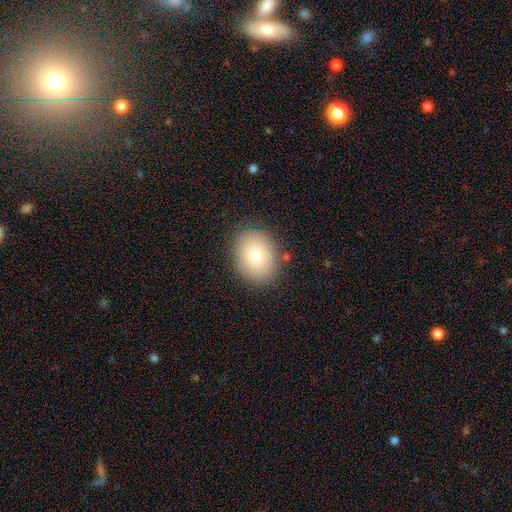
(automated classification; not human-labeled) Smooth or featured? Predicted: smooth (p=0.78). How rounded? Predicted: in between (p=0.65). Merging? Predicted: none (p=0.84).